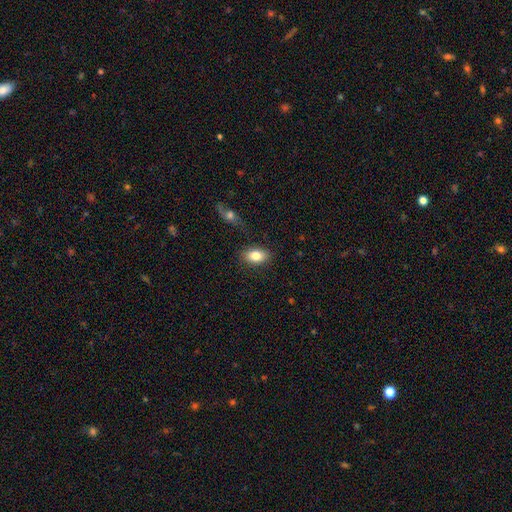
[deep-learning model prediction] smooth_or_featured: smooth (p=0.82) [alt: featured or disk p=0.10]
how_rounded: in between (p=0.89) [alt: round p=0.09]
merging: none (p=0.85) [alt: minor disturbance p=0.10]